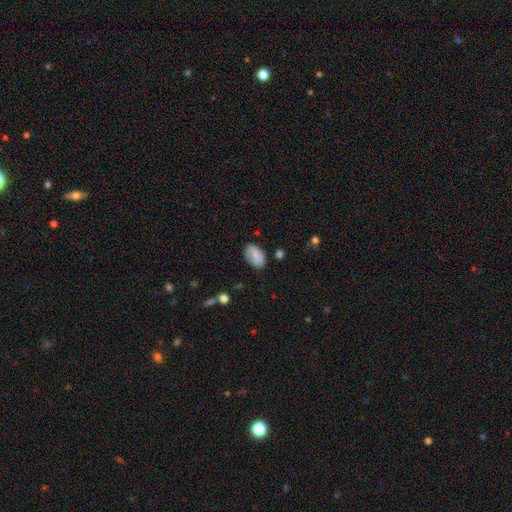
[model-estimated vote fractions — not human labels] A smooth galaxy with no disk features (76%) that is in between round and cigar-shaped (91%).

Vote fractions:
- Smooth or featured? smooth: 76% / featured or disk: 16% / star or artifact: 8%
- How rounded? in between: 91% / round: 8% / cigar-shaped: 2%
- Merging? none: 66% / minor disturbance: 24% / major disturbance: 6% / merger: 3%